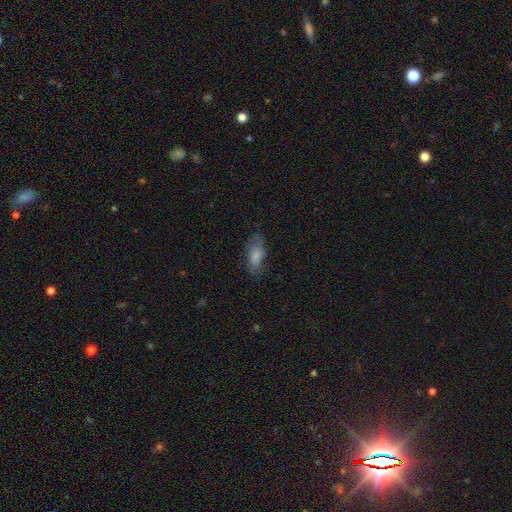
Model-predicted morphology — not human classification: A smooth galaxy with no disk features (71%) that is in between round and cigar-shaped (87%).

Vote fractions:
- Smooth or featured? smooth: 71% / featured or disk: 22% / star or artifact: 7%
- How rounded? in between: 87% / cigar-shaped: 9% / round: 3%
- Merging? none: 67% / minor disturbance: 23% / major disturbance: 9% / merger: 1%